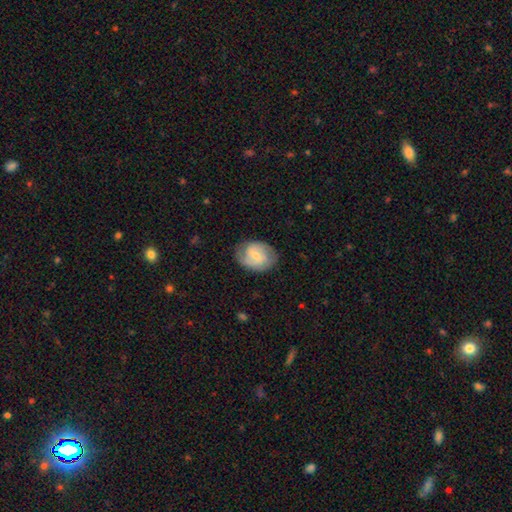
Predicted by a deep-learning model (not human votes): smooth_or_featured: featured or disk (p=0.64) [alt: smooth p=0.30]
disk_edge_on: no (p=0.97) [alt: yes p=0.03]
bar: no (p=0.49) [alt: weak p=0.43]
has_spiral_arms: yes (p=0.87) [alt: no p=0.13]
spiral_winding: tight (p=0.44) [alt: medium p=0.42]
spiral_arm_count: 2 (p=0.71) [alt: can't tell p=0.17]
bulge_size: small (p=0.54) [alt: moderate p=0.41]
merging: none (p=0.76) [alt: minor disturbance p=0.17]